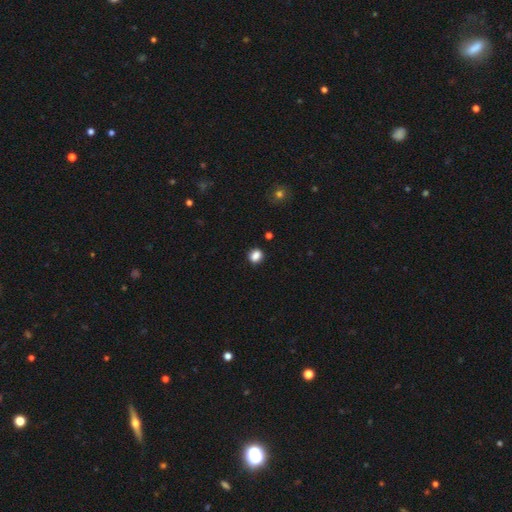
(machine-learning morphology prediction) This appears to be a smooth galaxy with no disk features (85%) that is round (52%). Merging: none (85%).